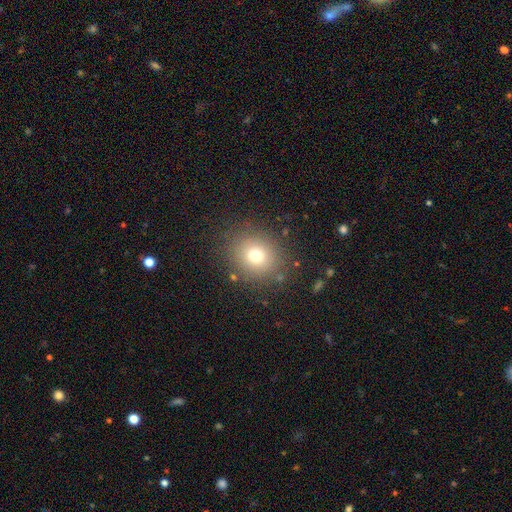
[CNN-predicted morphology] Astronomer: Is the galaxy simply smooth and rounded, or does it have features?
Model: smooth — 72%.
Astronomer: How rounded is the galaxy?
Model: round — 78%.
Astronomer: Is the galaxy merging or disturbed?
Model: none — 85%.